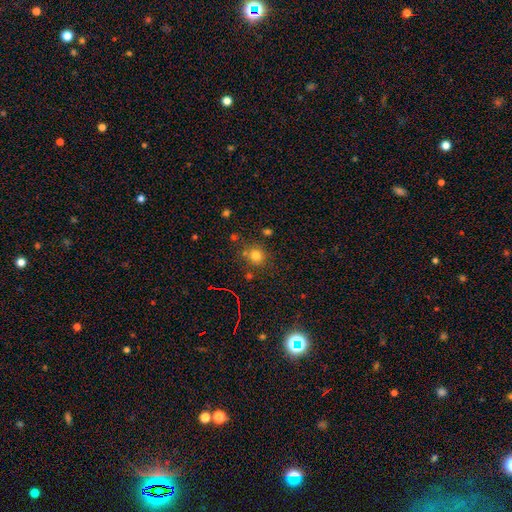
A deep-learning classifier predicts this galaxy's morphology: A smooth galaxy with no disk features (75%) that is round (87%). Merging: none (76%).